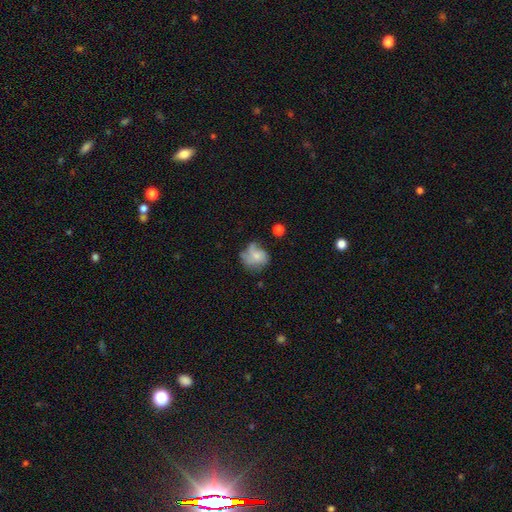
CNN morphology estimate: A smooth galaxy with no disk features (59%) that is round (66%).

Vote fractions:
- Smooth or featured? smooth: 59% / featured or disk: 31% / star or artifact: 10%
- How rounded? round: 66% / in between: 33% / cigar-shaped: 1%
- Merging? none: 41% / minor disturbance: 30% / major disturbance: 22% / merger: 7%